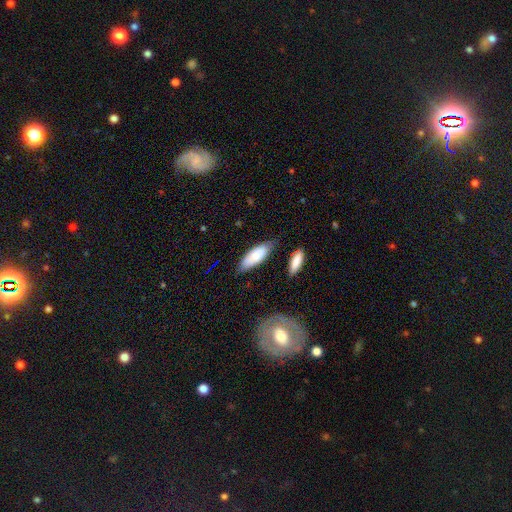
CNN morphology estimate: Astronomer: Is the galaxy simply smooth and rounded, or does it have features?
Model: smooth — 82%.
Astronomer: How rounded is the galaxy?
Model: in between — 71%.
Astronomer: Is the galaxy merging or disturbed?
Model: none — 72%.